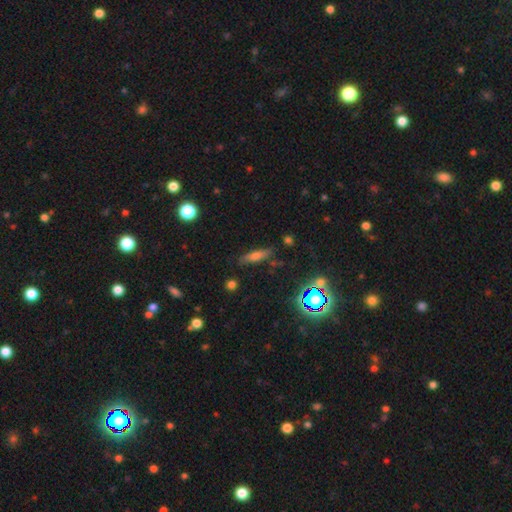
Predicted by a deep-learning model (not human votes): Morphology: type=smooth (57%); roundness=cigar-shaped (69%); merging=none (80%).